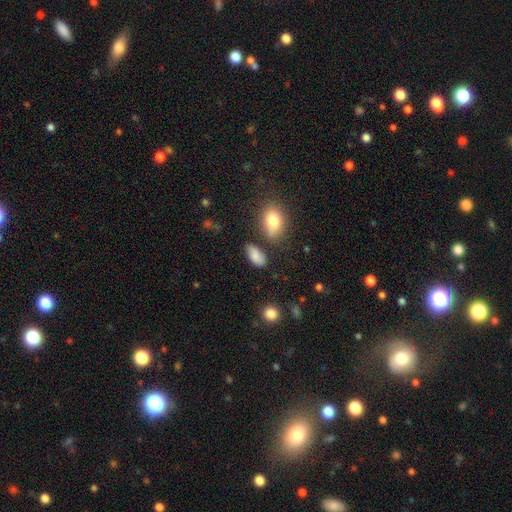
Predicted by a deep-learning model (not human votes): This is likely a smooth galaxy (80%). How rounded: clearly in between (90%). Merging: likely none (68%).